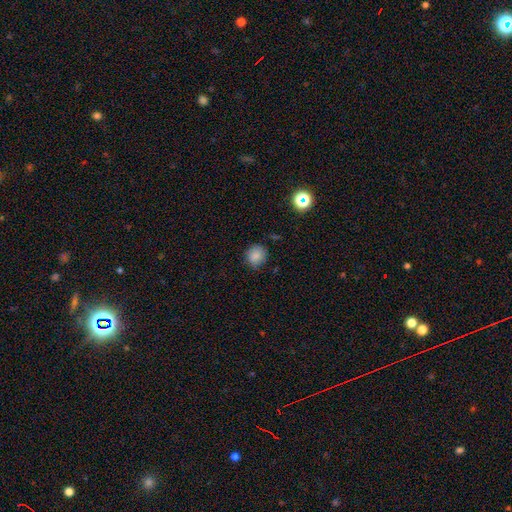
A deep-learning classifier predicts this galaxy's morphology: The model was most divided on "merging": none: 82%, minor disturbance: 14%, major disturbance: 3%, merger: 2%. More confident: how rounded — round (88%); smooth or featured — smooth (84%).